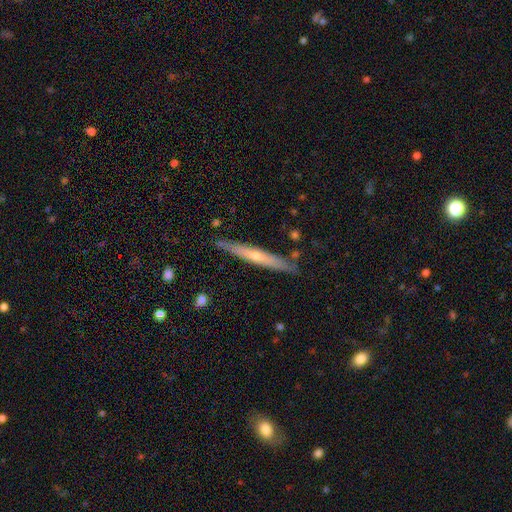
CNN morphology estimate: A featured or disk galaxy (56%) viewed edge-on (94%) with a rounded central bulge (58%). Merging: none (85%).